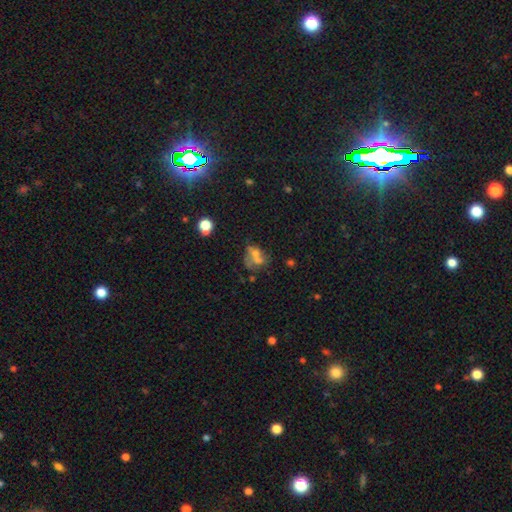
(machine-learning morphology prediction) Smooth or featured: smooth — 45% (featured or disk — 37%)
Merging: merger — 47% (none — 23%)